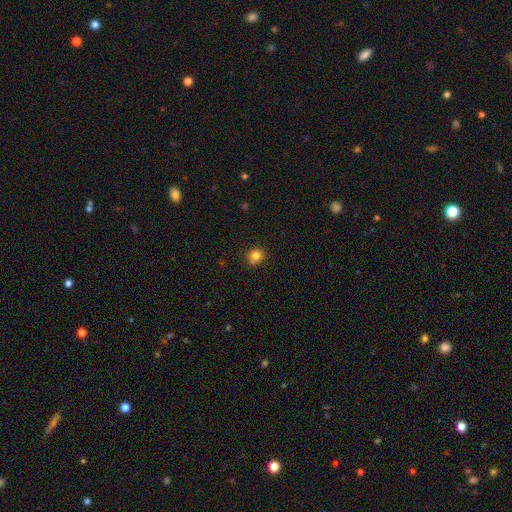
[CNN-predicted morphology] smooth_or_featured: smooth (p=0.81) [alt: star or artifact p=0.12]
how_rounded: round (p=0.81) [alt: in between p=0.18]
merging: none (p=0.81) [alt: minor disturbance p=0.13]